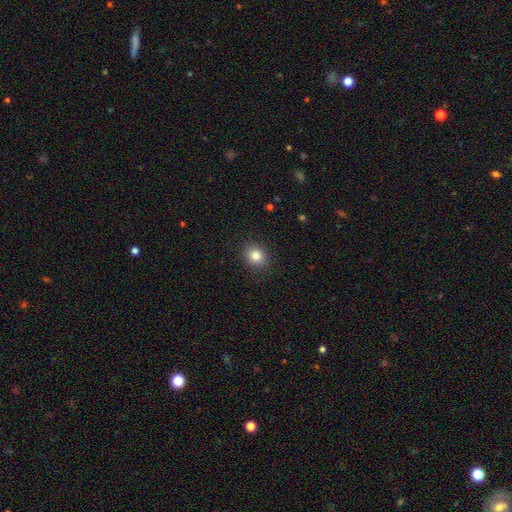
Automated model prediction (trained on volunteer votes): Smooth or featured: smooth — 82% (star or artifact — 11%)
How rounded: round — 67% (in between — 32%)
Merging: none — 89% (minor disturbance — 7%)